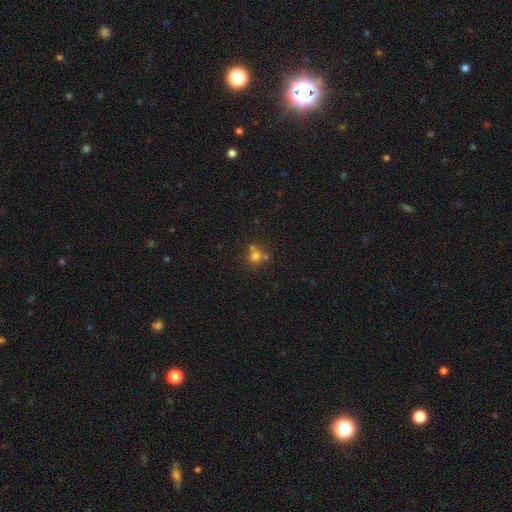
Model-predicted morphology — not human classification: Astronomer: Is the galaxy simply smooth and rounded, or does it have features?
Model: smooth — 68%.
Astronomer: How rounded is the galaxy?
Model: round — 82%.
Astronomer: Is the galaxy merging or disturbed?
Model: none — 48% (runner-up: merger, 37%).